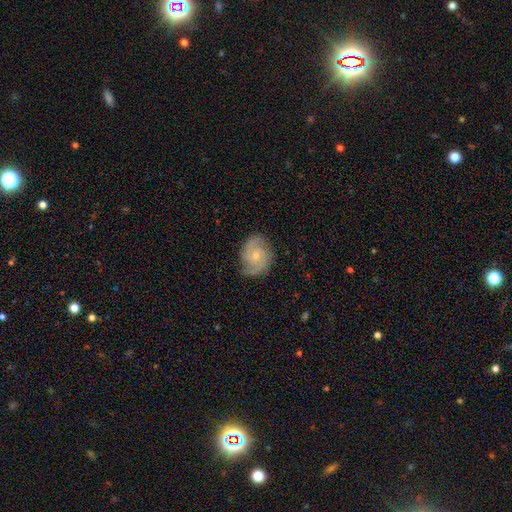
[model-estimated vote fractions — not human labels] This appears to be a featured or disk galaxy (80%) with no bar (70%), 2 (68%) tight (45%) spiral arms (96%) and a small central bulge (57%). Merging: none (78%).